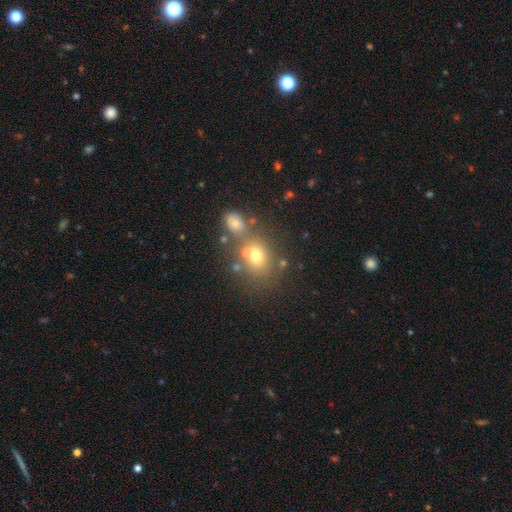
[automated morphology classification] smooth-or-featured: smooth: 64% | star or artifact: 18% | featured or disk: 18%
  how-rounded: round: 63% | in between: 36% | cigar-shaped: 1%
  merging: none: 51% | merger: 31% | minor disturbance: 12% | major disturbance: 6%